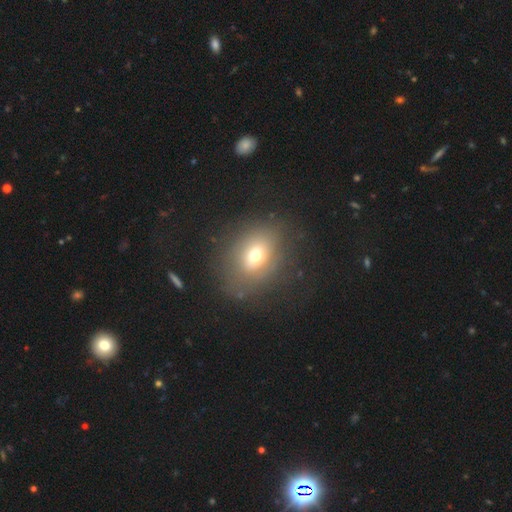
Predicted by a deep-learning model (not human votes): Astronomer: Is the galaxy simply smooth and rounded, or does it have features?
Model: smooth — 64%.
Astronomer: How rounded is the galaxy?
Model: in between — 64%.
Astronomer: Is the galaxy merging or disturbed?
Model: none — 73%.